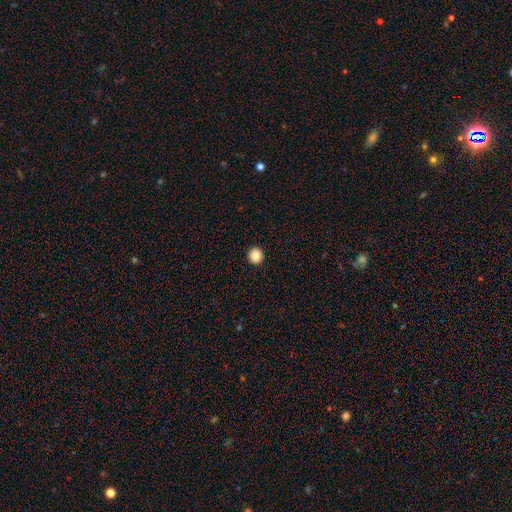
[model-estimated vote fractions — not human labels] smooth_or_featured: smooth (p=0.88) [alt: star or artifact p=0.09]
how_rounded: round (p=0.92) [alt: in between p=0.07]
merging: none (p=0.93) [alt: minor disturbance p=0.04]